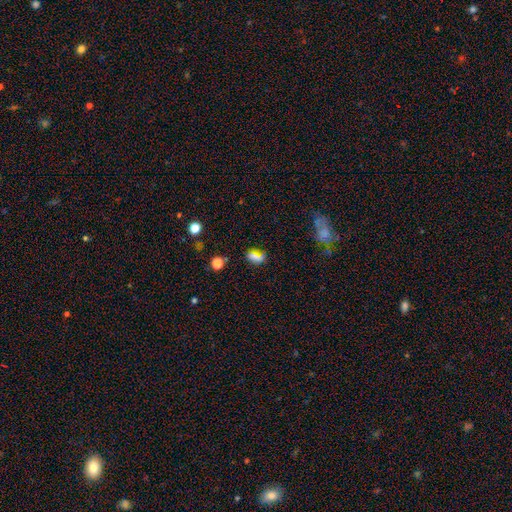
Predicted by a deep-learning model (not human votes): Smooth or featured? Predicted: smooth (p=0.53). How rounded? Predicted: in between (p=0.52). Merging? Predicted: none (p=0.74).